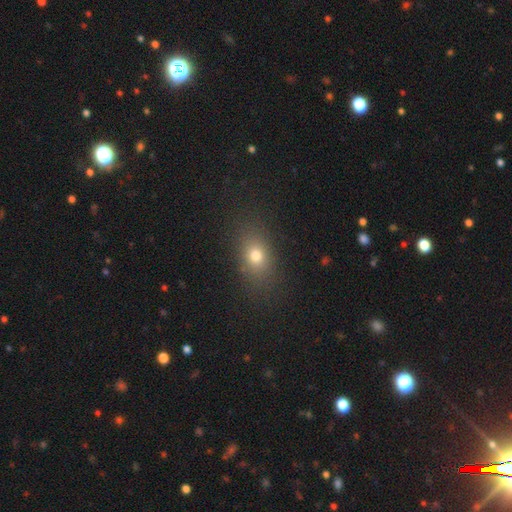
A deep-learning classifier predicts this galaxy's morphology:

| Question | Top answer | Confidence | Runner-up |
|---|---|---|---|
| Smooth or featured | smooth | 74% | star or artifact (15%) |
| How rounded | in between | 68% | round (29%) |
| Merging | none | 84% | minor disturbance (10%) |